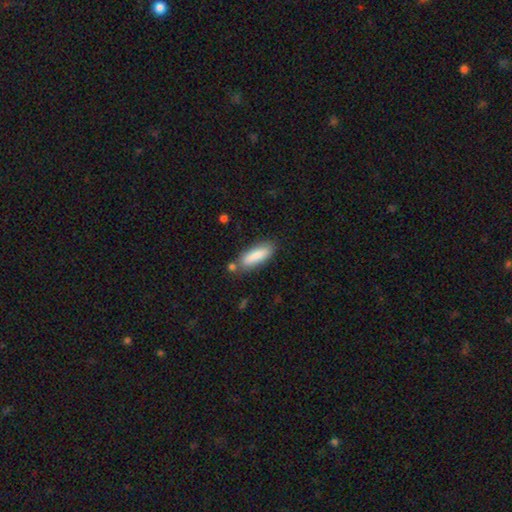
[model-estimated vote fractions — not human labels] Morphology: type=smooth (84%); roundness=in between (51%); merging=none (73%).